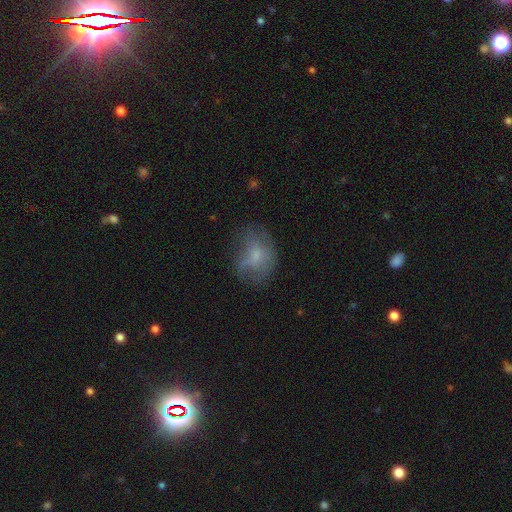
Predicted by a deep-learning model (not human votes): Smooth or featured: smooth — 58% (featured or disk — 31%)
How rounded: in between — 59% (round — 40%)
Merging: none — 49% (minor disturbance — 27%)